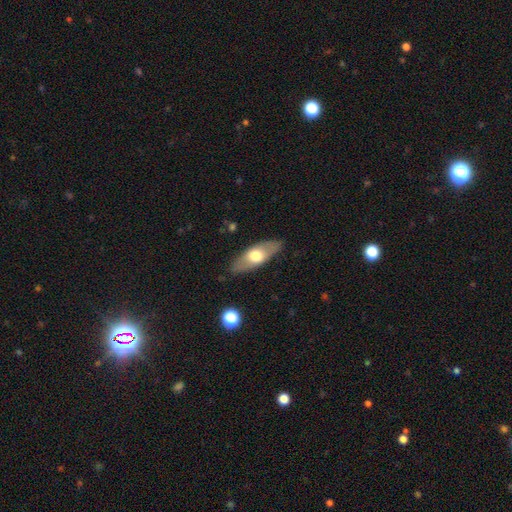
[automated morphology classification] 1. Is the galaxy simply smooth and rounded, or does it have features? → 56% smooth, 38% featured or disk, 6% star or artifact.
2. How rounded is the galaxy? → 72% in between, 25% cigar-shaped, 3% round.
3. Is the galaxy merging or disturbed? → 85% none, 11% minor disturbance, 3% major disturbance, 1% merger.